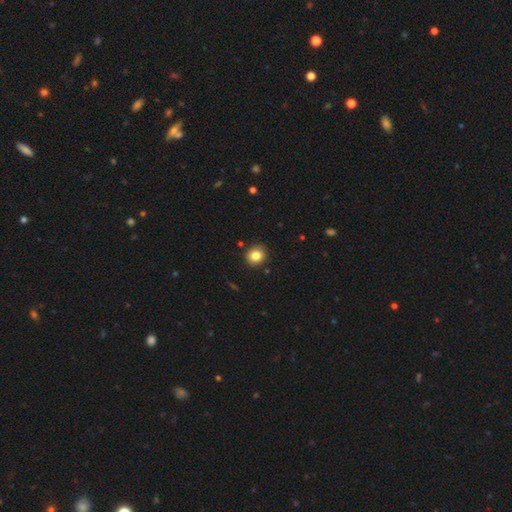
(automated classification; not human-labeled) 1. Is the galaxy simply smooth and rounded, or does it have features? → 83% smooth, 10% star or artifact, 6% featured or disk.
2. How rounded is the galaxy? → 83% round, 16% in between, 1% cigar-shaped.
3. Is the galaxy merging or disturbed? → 89% none, 8% minor disturbance, 2% major disturbance, 2% merger.